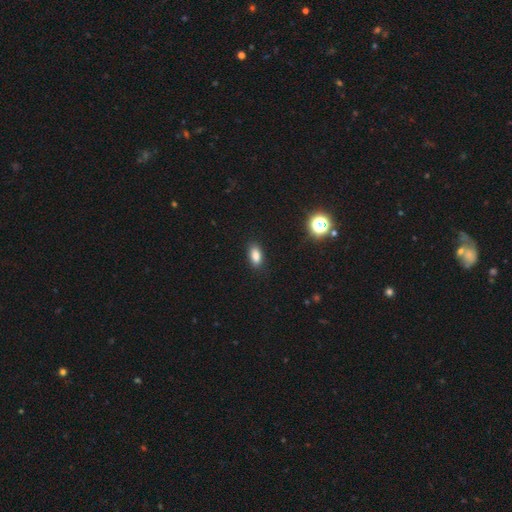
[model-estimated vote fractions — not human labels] Smooth or featured: smooth — 83% (star or artifact — 11%)
How rounded: in between — 88% (cigar-shaped — 6%)
Merging: none — 86% (minor disturbance — 10%)